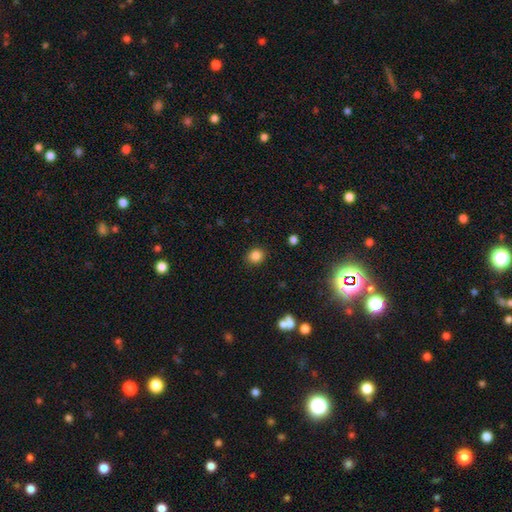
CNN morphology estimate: Smooth or featured?
  - smooth: 84% *
  - star or artifact: 12%
  - featured or disk: 4%
How rounded?
  - round: 75% *
  - in between: 25%
  - cigar-shaped: 1%
Merging?
  - none: 90% *
  - minor disturbance: 7%
  - major disturbance: 2%
  - merger: 1%